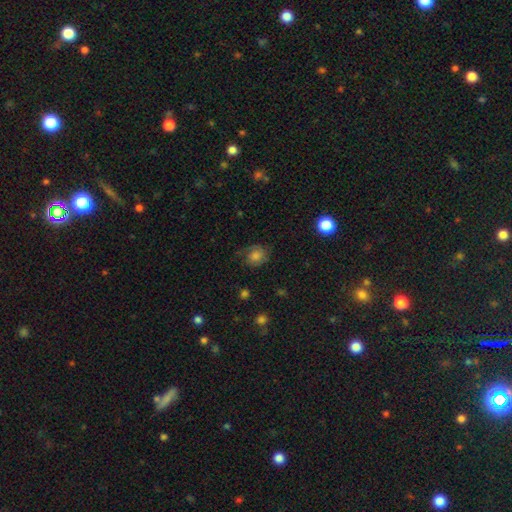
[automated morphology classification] Q: Smooth or featured?
A: smooth (59%); runner-up: featured or disk (29%)
Q: How rounded?
A: round (69%); runner-up: in between (30%)
Q: Merging?
A: none (58%); runner-up: minor disturbance (24%)